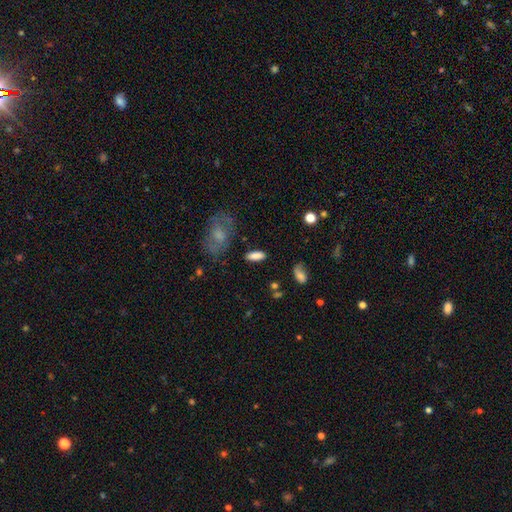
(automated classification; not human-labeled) This appears to be a smooth galaxy with no disk features (83%) that is in between round and cigar-shaped (64%). Merging: none (83%).